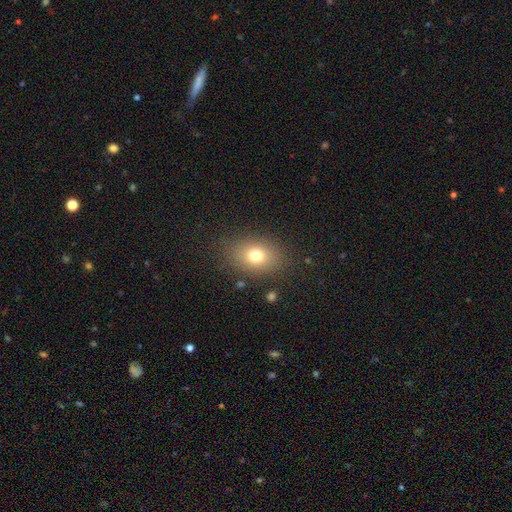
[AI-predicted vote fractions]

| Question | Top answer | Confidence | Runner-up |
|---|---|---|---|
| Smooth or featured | smooth | 75% | star or artifact (13%) |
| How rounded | in between | 65% | round (34%) |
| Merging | none | 84% | minor disturbance (10%) |